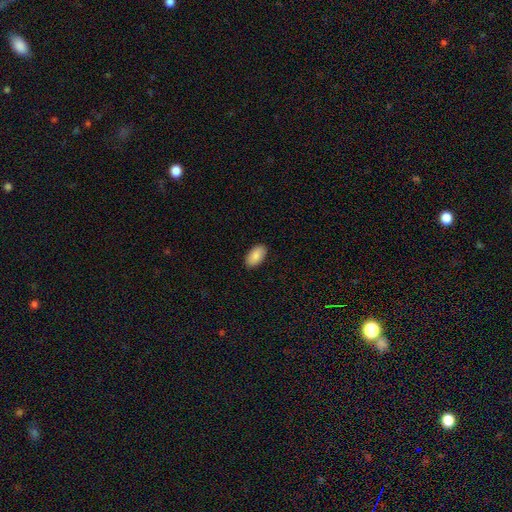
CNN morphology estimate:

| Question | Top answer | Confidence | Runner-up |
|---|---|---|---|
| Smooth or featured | smooth | 88% | featured or disk (6%) |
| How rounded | in between | 95% | round (3%) |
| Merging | none | 90% | minor disturbance (8%) |